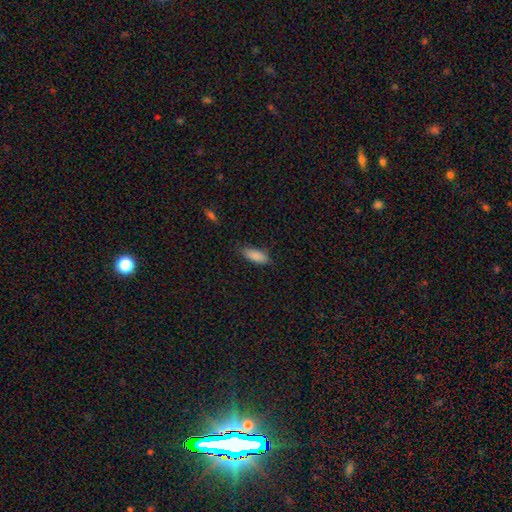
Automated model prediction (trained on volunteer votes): A smooth galaxy with no disk features (88%) that is in between round and cigar-shaped (78%). Merging: none (82%).